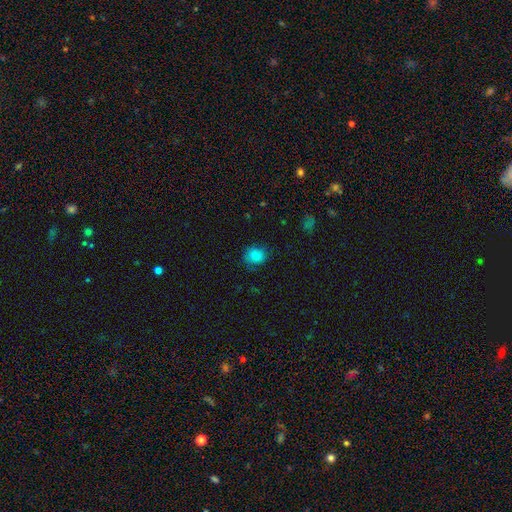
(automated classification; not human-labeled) This is clearly a smooth galaxy (83%). How rounded: likely round (65%). Merging: likely none (74%).